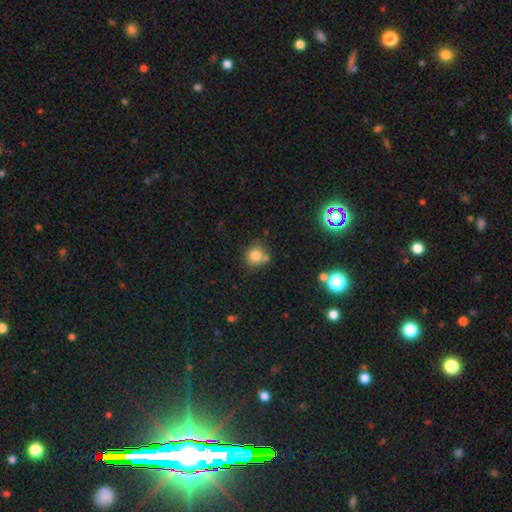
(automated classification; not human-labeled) A smooth galaxy with no disk features (78%) that is round (85%).

Vote fractions:
- Smooth or featured? smooth: 78% / star or artifact: 13% / featured or disk: 9%
- How rounded? round: 85% / in between: 14% / cigar-shaped: 1%
- Merging? none: 58% / merger: 21% / minor disturbance: 16% / major disturbance: 5%